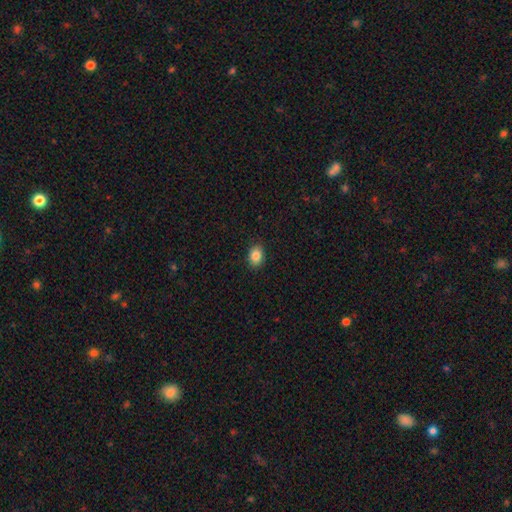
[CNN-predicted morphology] Smooth or featured?
  - smooth: 86% *
  - star or artifact: 9%
  - featured or disk: 5%
How rounded?
  - in between: 69% *
  - round: 30%
  - cigar-shaped: 1%
Merging?
  - none: 89% *
  - minor disturbance: 8%
  - major disturbance: 2%
  - merger: 1%